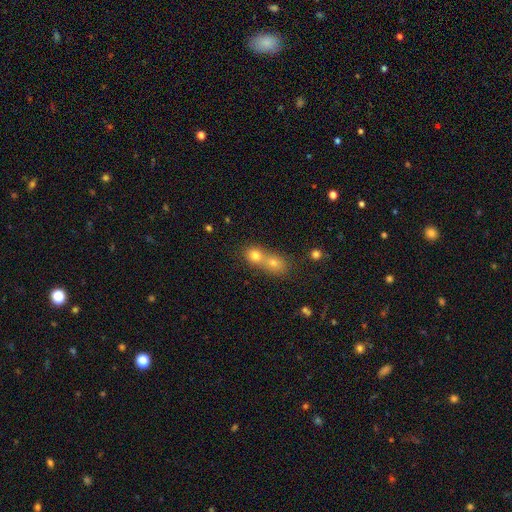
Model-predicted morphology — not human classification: type=smooth (72%); roundness=round (71%); merging=merger (66%).